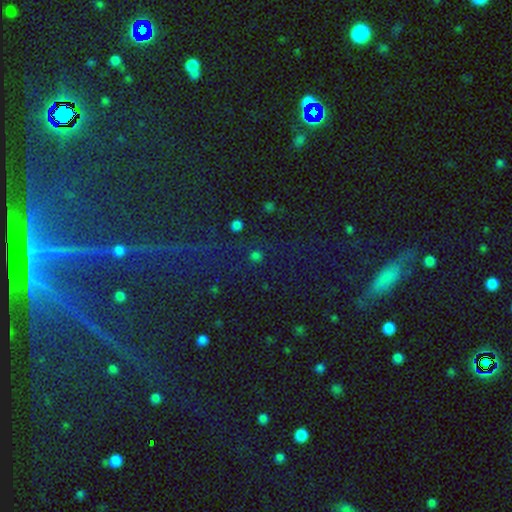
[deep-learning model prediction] Morphology: type=smooth (48%); merging=none (77%).